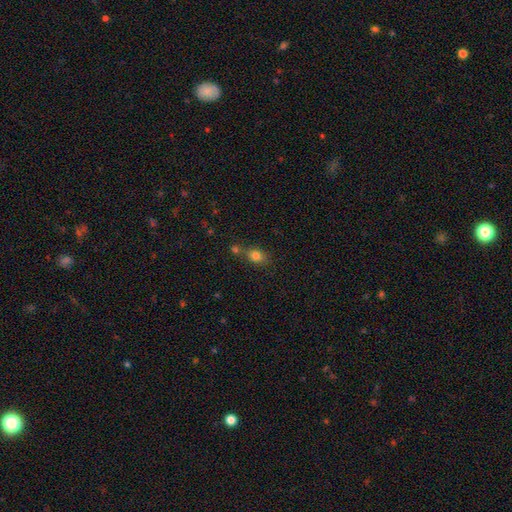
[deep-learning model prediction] A smooth galaxy with no disk features (80%) that is in between round and cigar-shaped (65%).

Vote fractions:
- Smooth or featured? smooth: 80% / star or artifact: 11% / featured or disk: 8%
- How rounded? in between: 65% / round: 33% / cigar-shaped: 2%
- Merging? none: 54% / merger: 28% / minor disturbance: 13% / major disturbance: 4%